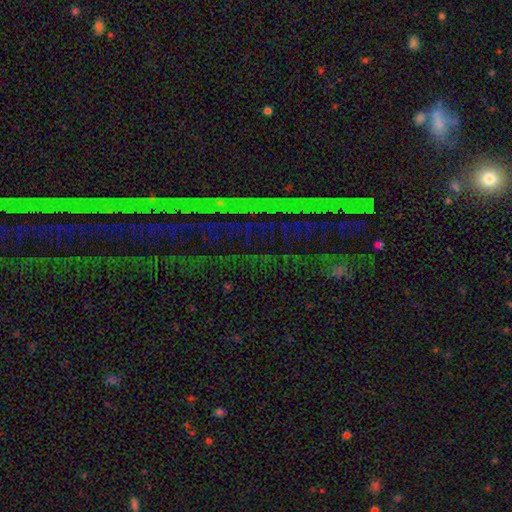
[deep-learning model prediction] Morphology: type=star or artifact (80%).